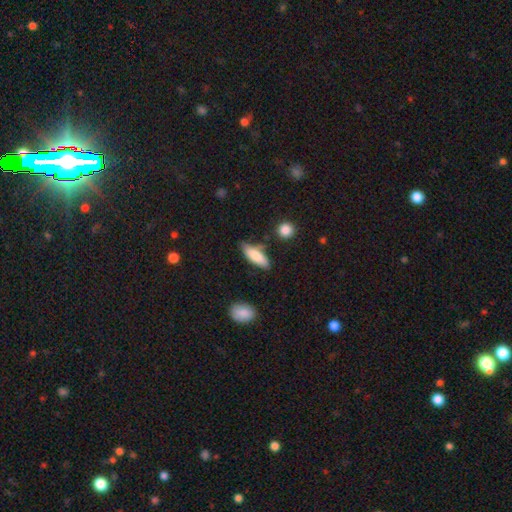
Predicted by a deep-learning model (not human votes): Morphology: type=smooth (80%); roundness=in between (62%); merging=none (71%).